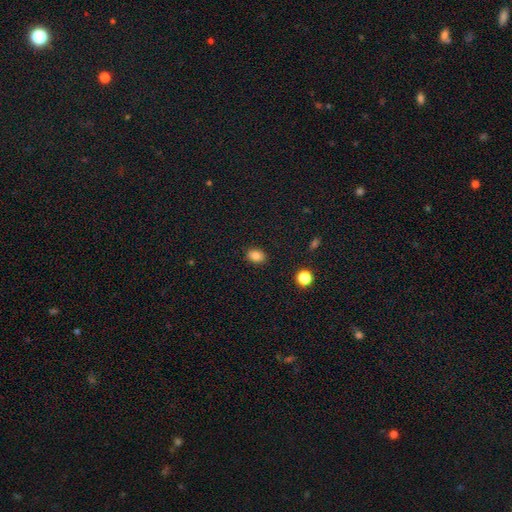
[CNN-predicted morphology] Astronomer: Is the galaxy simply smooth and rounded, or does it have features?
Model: smooth — 84%.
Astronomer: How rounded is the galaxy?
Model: in between — 70%.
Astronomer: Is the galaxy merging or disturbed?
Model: none — 88%.